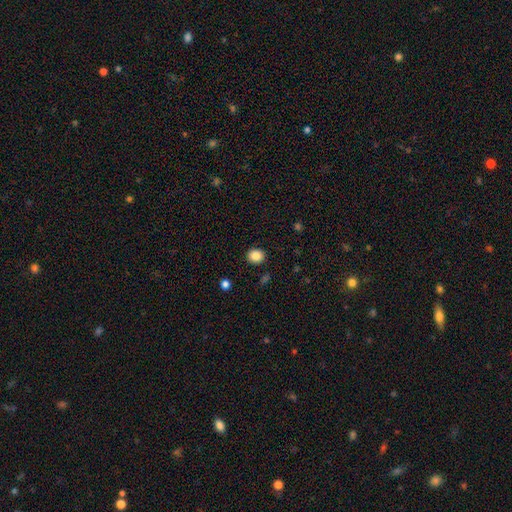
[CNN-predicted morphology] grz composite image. It shows a smooth galaxy with no disk features (85%) that is round (77%). Merging: none (90%).